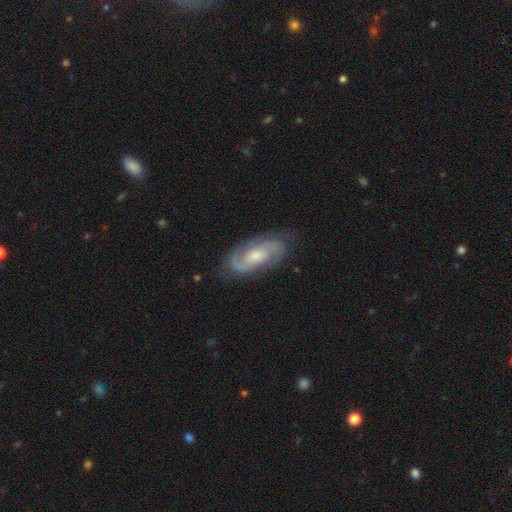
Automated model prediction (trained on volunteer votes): A featured or disk galaxy (85%) with no bar (53%), 2 (86%) medium (47%) spiral arms (96%) and a moderate central bulge (52%).

Vote fractions:
- Smooth or featured? featured or disk: 85% / smooth: 10% / star or artifact: 5%
- Edge-on disk? no: 96% / yes: 4%
- Bar? no: 53% / weak: 39% / strong: 9%
- Spiral arms? yes: 96% / no: 4%
- Spiral winding? medium: 47% / tight: 41% / loose: 12%
- Spiral arm count? 2: 86% / can't tell: 7% / 3: 3% / 1: 2% / 4: 1% / more than 4: 1%
- Bulge size? moderate: 52% / small: 34% / large: 7% / none: 5% / dominant: 1%
- Merging? none: 80% / minor disturbance: 15% / major disturbance: 4% / merger: 1%